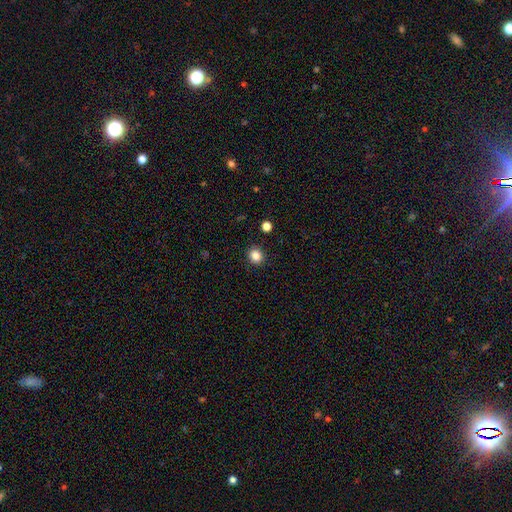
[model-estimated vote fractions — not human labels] The model was most divided on "how rounded": round: 80%, in between: 19%, cigar-shaped: 1%. More confident: merging — none (91%); smooth or featured — smooth (84%).